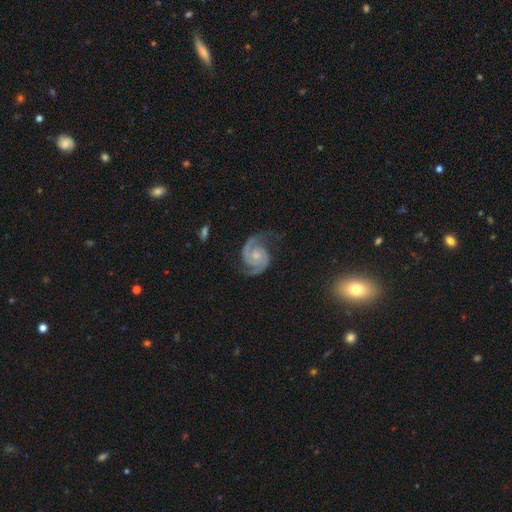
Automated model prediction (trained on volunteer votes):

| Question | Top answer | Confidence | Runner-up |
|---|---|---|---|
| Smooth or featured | featured or disk | 92% | star or artifact (4%) |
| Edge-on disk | no | 98% | yes (2%) |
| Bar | no | 69% | weak (26%) |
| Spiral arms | yes | 98% | no (2%) |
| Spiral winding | medium | 50% | tight (40%) |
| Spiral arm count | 2 | 90% | 3 (4%) |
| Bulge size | moderate | 40% | small (39%) |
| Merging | none | 72% | minor disturbance (18%) |